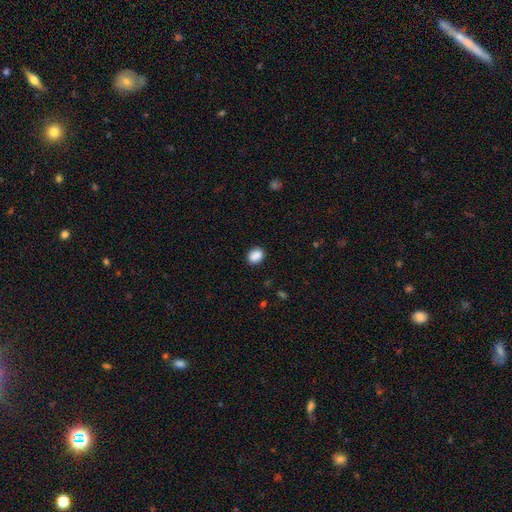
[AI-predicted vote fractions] Q: Smooth or featured?
A: smooth (89%); runner-up: star or artifact (8%)
Q: How rounded?
A: in between (58%); runner-up: round (41%)
Q: Merging?
A: none (89%); runner-up: minor disturbance (8%)